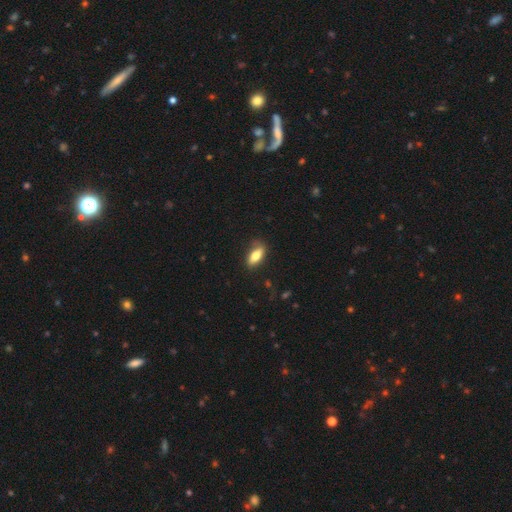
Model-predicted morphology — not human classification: This appears to be a smooth galaxy with no disk features (76%) that is in between round and cigar-shaped (82%). Merging: none (73%).